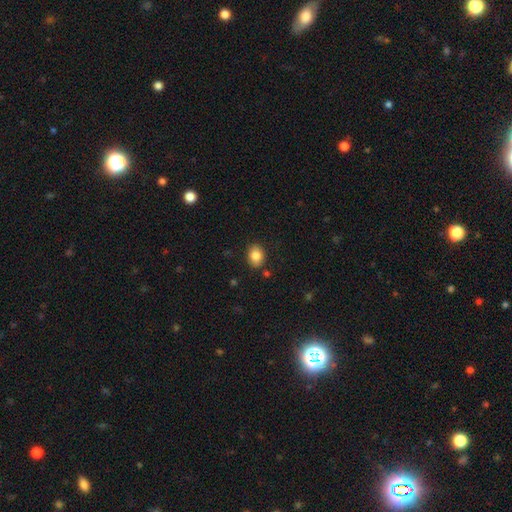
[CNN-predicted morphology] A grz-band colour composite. It shows a smooth galaxy with no disk features (84%) that is in between round and cigar-shaped (61%). Merging: none (84%).